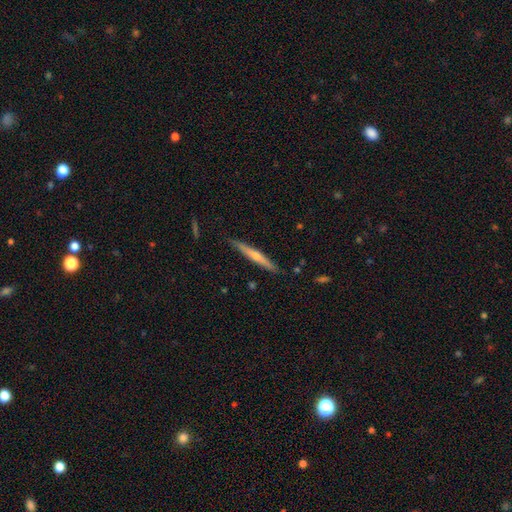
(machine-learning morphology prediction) A featured or disk galaxy (60%) viewed edge-on (96%) with a rounded central bulge (75%).

Vote fractions:
- Smooth or featured? featured or disk: 60% / smooth: 34% / star or artifact: 6%
- Edge-on disk? yes: 96% / no: 4%
- Edge-on bulge? rounded: 75% / none: 21% / boxy: 3%
- Merging? none: 87% / minor disturbance: 10% / major disturbance: 2% / merger: 2%